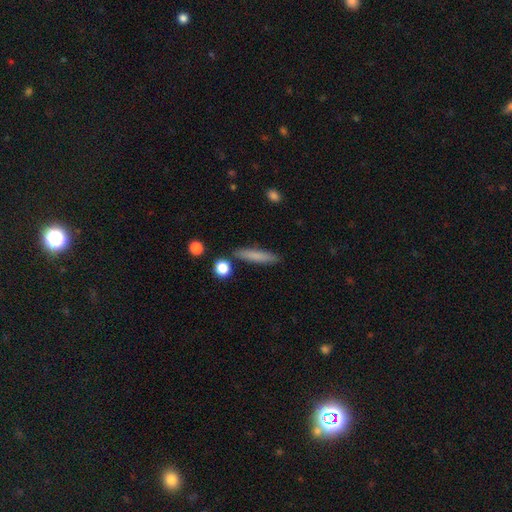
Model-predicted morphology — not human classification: Q: Smooth or featured?
A: smooth (77%); runner-up: featured or disk (17%)
Q: How rounded?
A: cigar-shaped (87%); runner-up: in between (11%)
Q: Merging?
A: none (86%); runner-up: minor disturbance (9%)